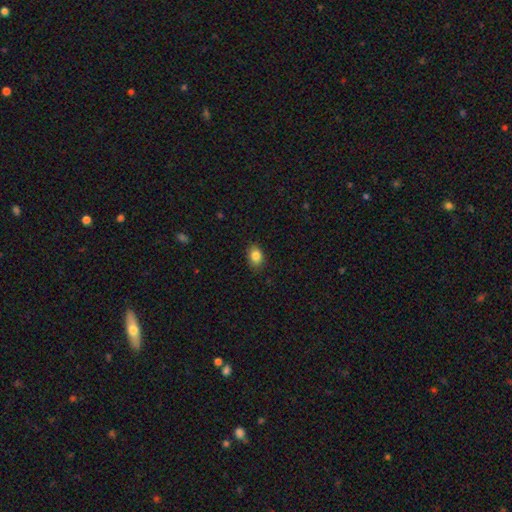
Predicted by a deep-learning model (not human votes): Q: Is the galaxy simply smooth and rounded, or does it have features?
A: smooth — 85%.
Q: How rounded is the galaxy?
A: in between — 74%.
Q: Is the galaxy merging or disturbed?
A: none — 86%.